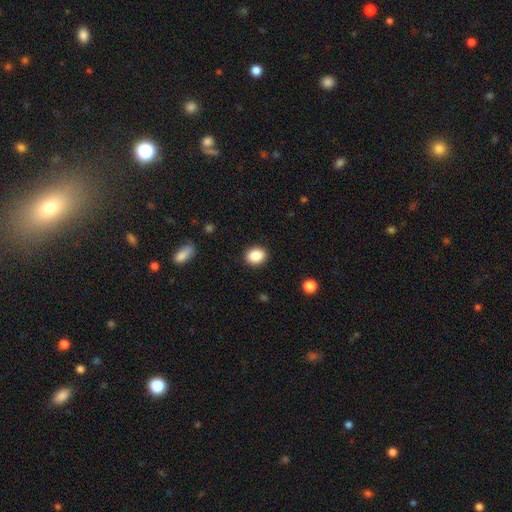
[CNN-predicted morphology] A smooth galaxy with no disk features (88%) that is round (52%). Merging: none (90%).